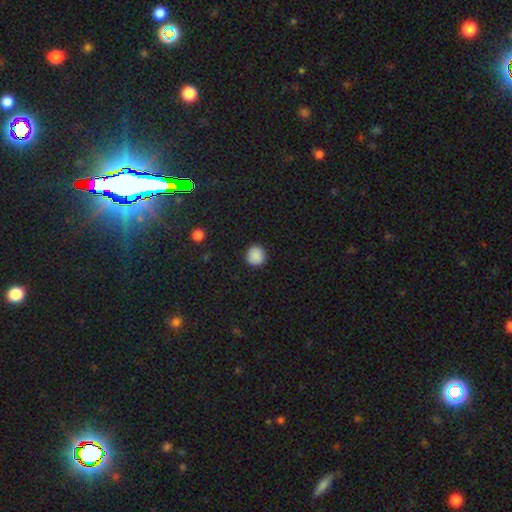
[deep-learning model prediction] Overall: smooth (88%). How rounded: round (92%). Merging: none (91%).